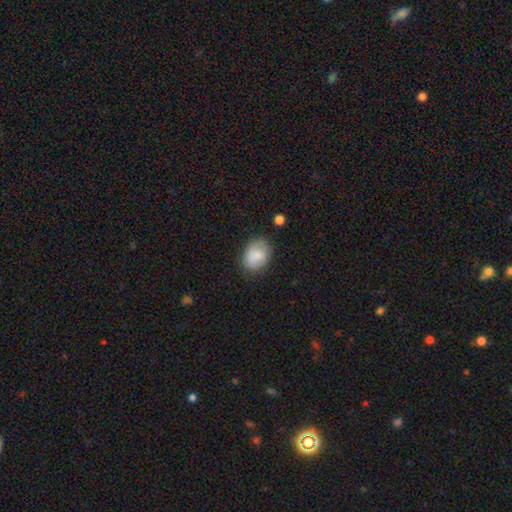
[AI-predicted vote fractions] A smooth galaxy with no disk features (81%) that is in between round and cigar-shaped (68%).

Vote fractions:
- Smooth or featured? smooth: 81% / featured or disk: 12% / star or artifact: 7%
- How rounded? in between: 68% / round: 31% / cigar-shaped: 1%
- Merging? none: 74% / minor disturbance: 19% / major disturbance: 5% / merger: 2%